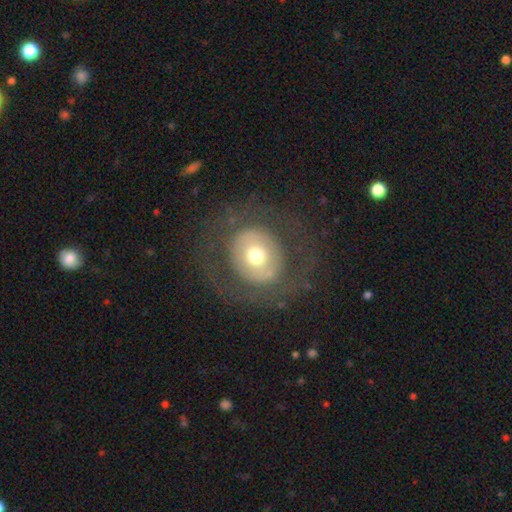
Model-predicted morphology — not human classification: This appears to be a smooth galaxy with no disk features (50%). Merging: none (73%).